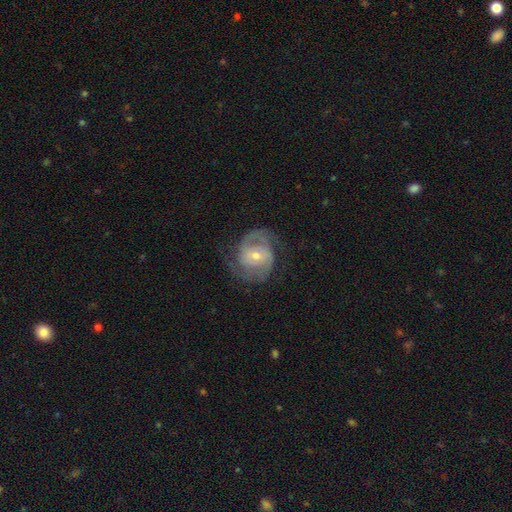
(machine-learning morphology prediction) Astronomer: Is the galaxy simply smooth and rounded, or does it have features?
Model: featured or disk — 85%.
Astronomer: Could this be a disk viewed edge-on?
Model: no — 98%.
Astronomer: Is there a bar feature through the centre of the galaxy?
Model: no — 47% (runner-up: weak, 40%).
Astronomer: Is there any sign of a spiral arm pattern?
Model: yes — 95%.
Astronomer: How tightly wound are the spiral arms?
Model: medium — 47% (runner-up: tight, 38%).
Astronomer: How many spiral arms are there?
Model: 2 — 76%.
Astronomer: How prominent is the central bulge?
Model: small — 51% (runner-up: moderate, 45%).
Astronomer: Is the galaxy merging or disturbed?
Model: none — 70%.